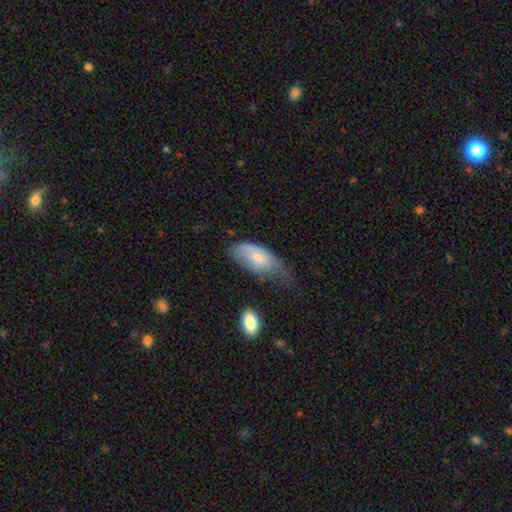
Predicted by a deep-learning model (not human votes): A smooth galaxy with no disk features (64%) that is in between round and cigar-shaped (85%). Merging: minor disturbance (43%).